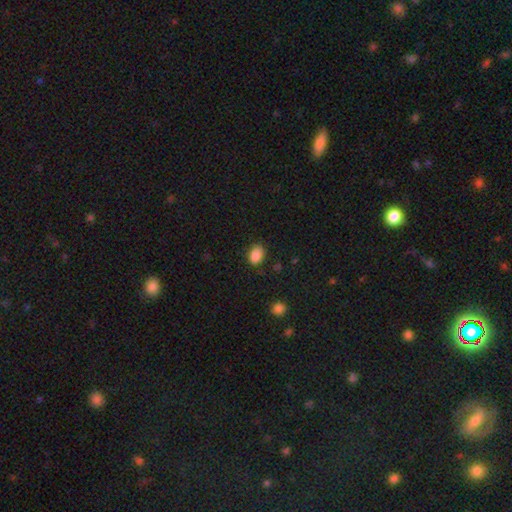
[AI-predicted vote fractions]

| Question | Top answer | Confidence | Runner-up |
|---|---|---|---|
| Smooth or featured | smooth | 87% | star or artifact (9%) |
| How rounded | in between | 74% | round (25%) |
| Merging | none | 78% | minor disturbance (17%) |